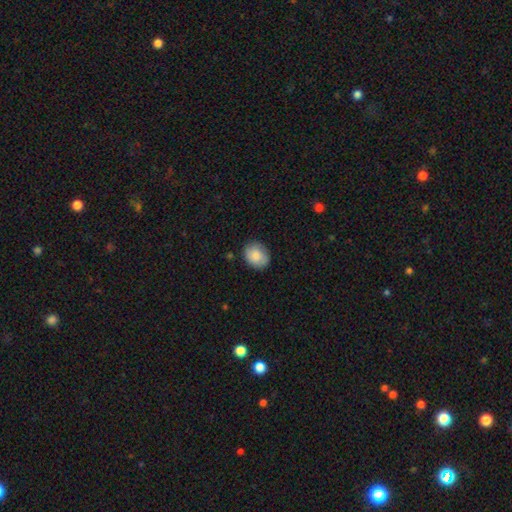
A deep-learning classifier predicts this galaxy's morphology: Overall: smooth (85%). How rounded: in between (53%; round 46%). Merging: none (83%).